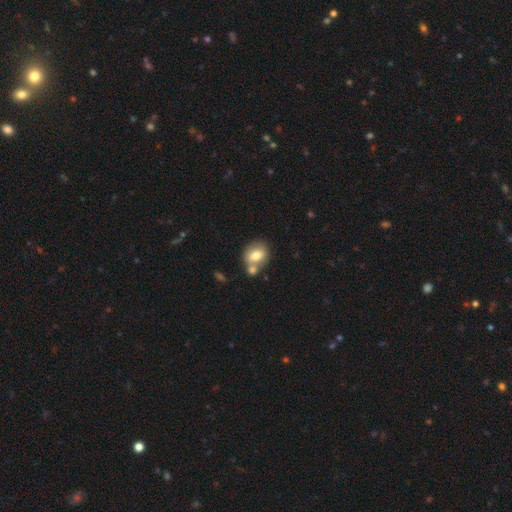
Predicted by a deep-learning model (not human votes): Smooth or featured?
  - smooth: 74% *
  - featured or disk: 18%
  - star or artifact: 8%
How rounded?
  - round: 50% *
  - in between: 49%
  - cigar-shaped: 1%
Merging?
  - none: 47% *
  - merger: 37%
  - minor disturbance: 12%
  - major disturbance: 4%